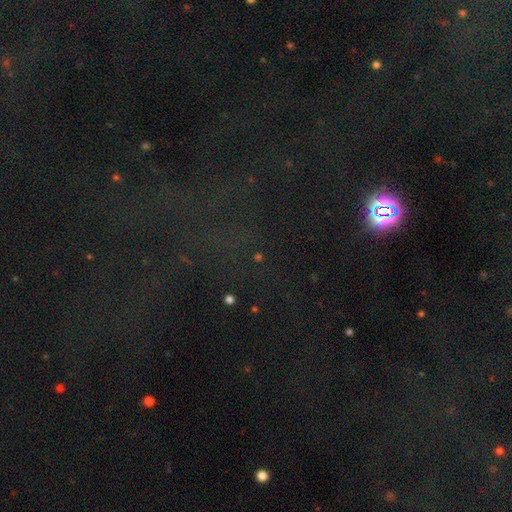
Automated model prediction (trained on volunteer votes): This is likely a star or artifact rather than a galaxy (72%).